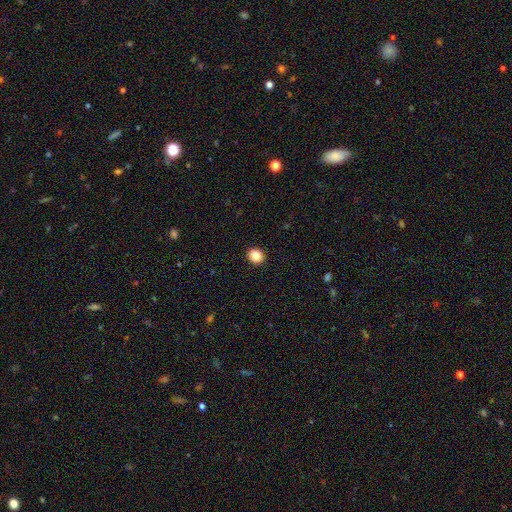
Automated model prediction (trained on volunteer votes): Overall: smooth (85%). How rounded: round (78%). Merging: none (93%).